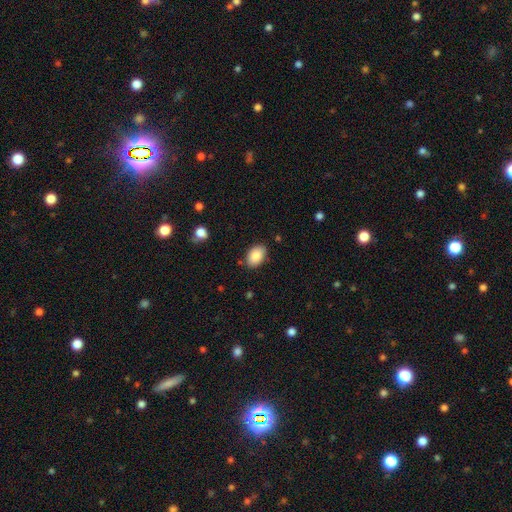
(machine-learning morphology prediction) The model was most divided on "merging": none: 84%, minor disturbance: 12%, major disturbance: 3%, merger: 2%. More confident: how rounded — in between (88%); smooth or featured — smooth (87%).